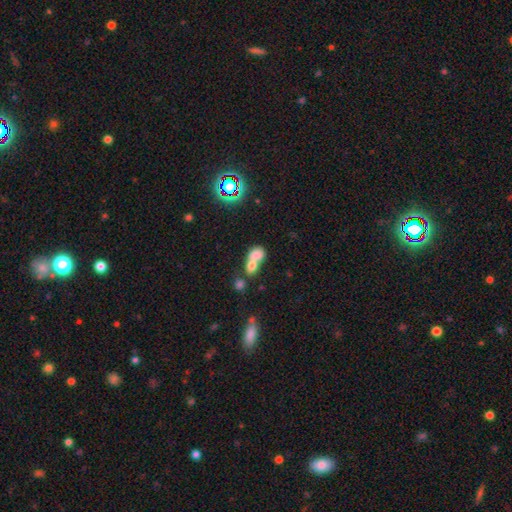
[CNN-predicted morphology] Smooth or featured?
  - smooth: 70% *
  - featured or disk: 17%
  - star or artifact: 13%
How rounded?
  - in between: 55% *
  - round: 43%
  - cigar-shaped: 2%
Merging?
  - merger: 74% *
  - none: 17%
  - minor disturbance: 5%
  - major disturbance: 4%